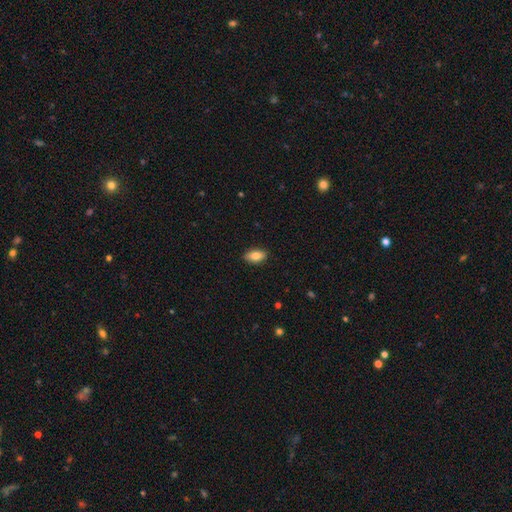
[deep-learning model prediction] Overall: smooth (81%). How rounded: in between (90%). Merging: none (88%).